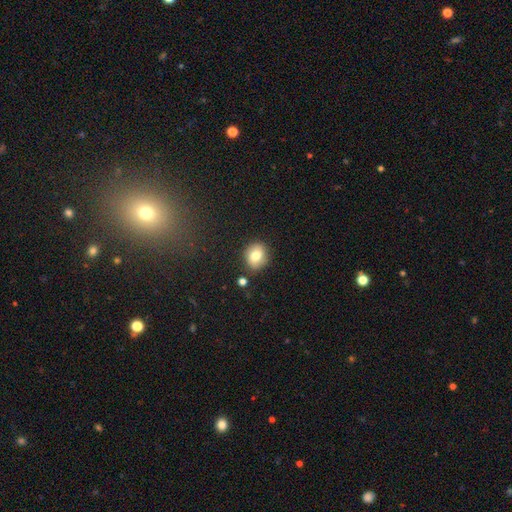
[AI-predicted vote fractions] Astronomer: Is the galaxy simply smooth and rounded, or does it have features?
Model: smooth — 78%.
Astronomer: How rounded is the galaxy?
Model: round — 63%.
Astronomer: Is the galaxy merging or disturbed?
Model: none — 83%.